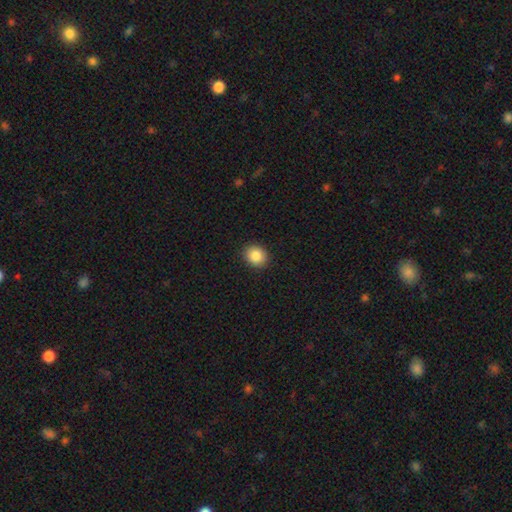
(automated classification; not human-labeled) smooth 86%, star or artifact 9%, featured or disk 5%. Down the decision tree: how rounded — round (67%); merging — none (91%).